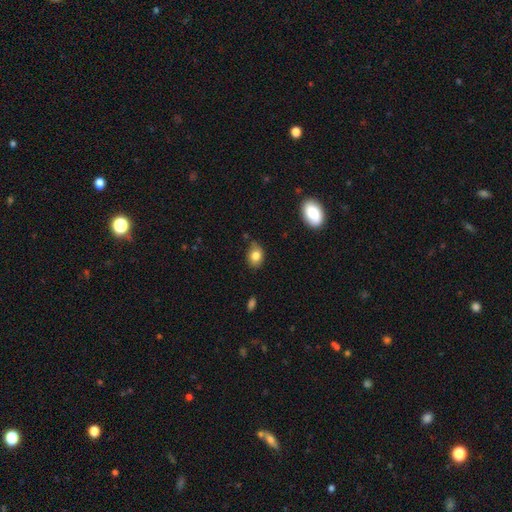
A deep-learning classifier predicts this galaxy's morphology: smooth-or-featured: smooth: 81% | star or artifact: 10% | featured or disk: 9%
  how-rounded: in between: 69% | round: 30% | cigar-shaped: 1%
  merging: none: 69% | minor disturbance: 24% | major disturbance: 4% | merger: 3%